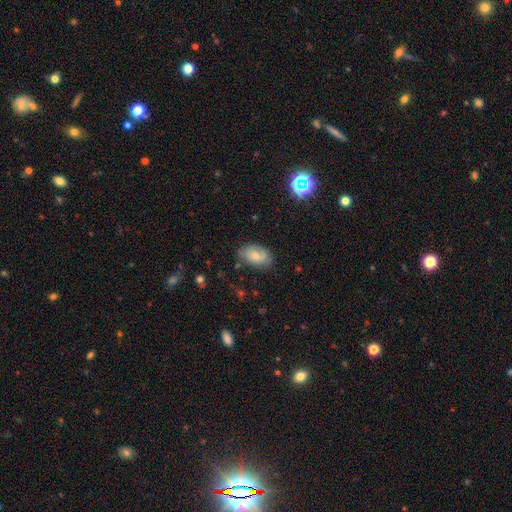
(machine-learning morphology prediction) The model was most divided on "smooth or featured": smooth: 63%, featured or disk: 28%, star or artifact: 9%. More confident: how rounded — in between (91%); merging — none (72%).